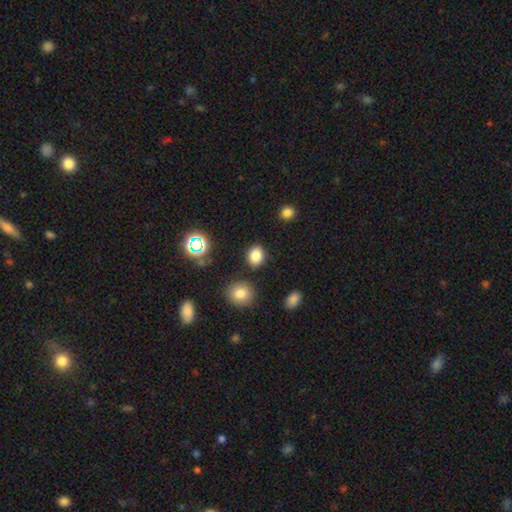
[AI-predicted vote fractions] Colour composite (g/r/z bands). It shows a smooth galaxy with no disk features (80%) that is in between round and cigar-shaped (50%). Merging: none (84%).